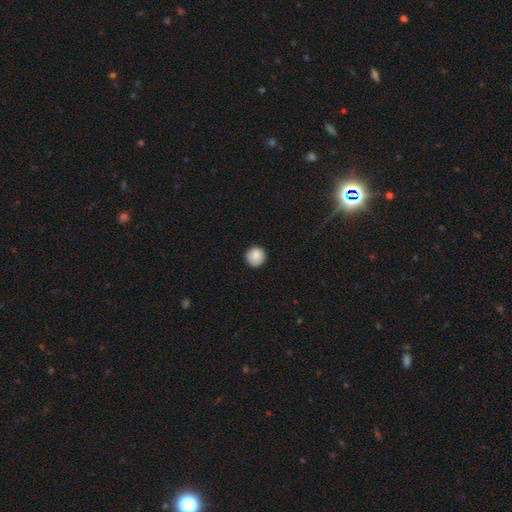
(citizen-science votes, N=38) Overall: smooth (84%). How rounded: round (97%). Merging: none (83%).